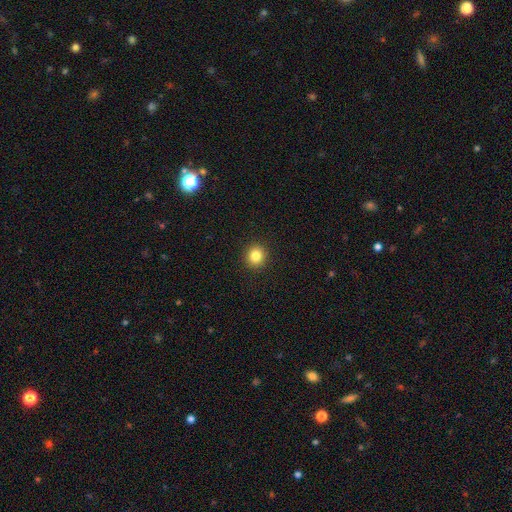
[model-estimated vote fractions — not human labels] Smooth or featured?
  - smooth: 83% *
  - star or artifact: 11%
  - featured or disk: 6%
How rounded?
  - round: 87% *
  - in between: 12%
  - cigar-shaped: 1%
Merging?
  - none: 93% *
  - minor disturbance: 5%
  - major disturbance: 2%
  - merger: 1%